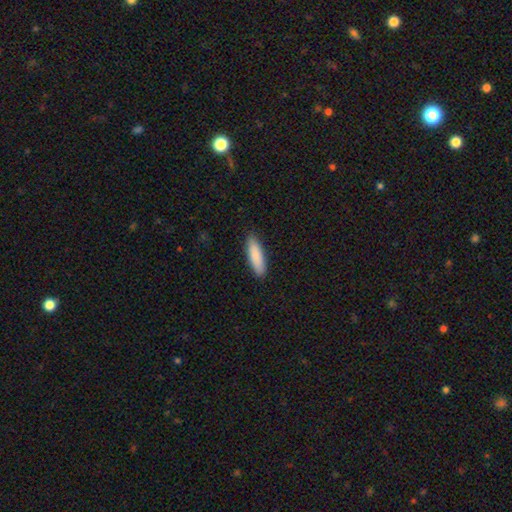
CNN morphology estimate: A smooth galaxy with no disk features (87%) that is cigar-shaped (59%).

Vote fractions:
- Smooth or featured? smooth: 87% / featured or disk: 8% / star or artifact: 5%
- How rounded? cigar-shaped: 59% / in between: 39% / round: 2%
- Merging? none: 89% / minor disturbance: 8% / major disturbance: 2% / merger: 1%